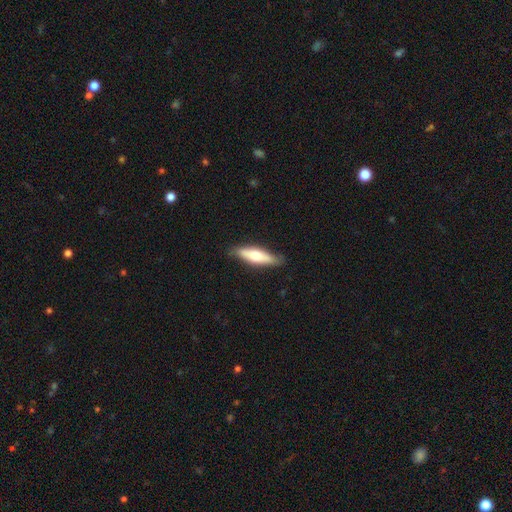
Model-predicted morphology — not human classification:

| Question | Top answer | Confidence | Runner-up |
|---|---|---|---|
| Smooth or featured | smooth | 57% | featured or disk (37%) |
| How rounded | cigar-shaped | 64% | in between (34%) |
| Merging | none | 80% | minor disturbance (16%) |